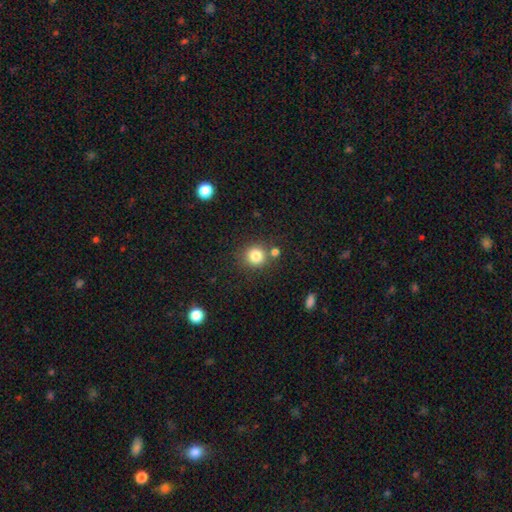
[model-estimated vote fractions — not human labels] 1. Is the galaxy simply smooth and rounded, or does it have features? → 82% smooth, 12% star or artifact, 6% featured or disk.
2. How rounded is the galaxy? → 91% round, 8% in between, 1% cigar-shaped.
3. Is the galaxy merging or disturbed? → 75% none, 13% merger, 9% minor disturbance, 3% major disturbance.